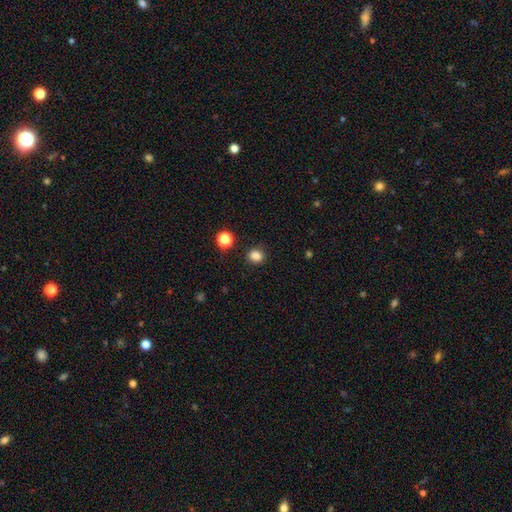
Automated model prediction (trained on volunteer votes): This is clearly a smooth galaxy (84%). How rounded: likely round (78%). Merging: clearly none (88%).